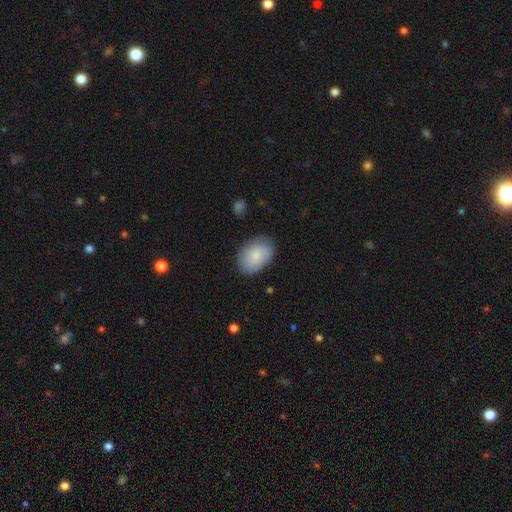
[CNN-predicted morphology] This is likely a smooth galaxy (78%). How rounded: clearly in between (86%). Merging: likely none (79%).